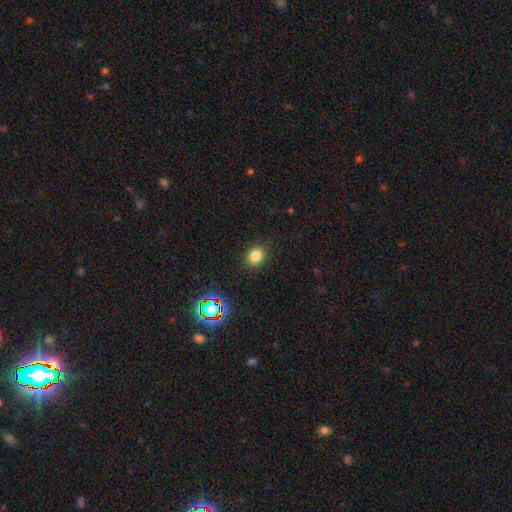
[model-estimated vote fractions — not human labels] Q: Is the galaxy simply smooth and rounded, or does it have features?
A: smooth — 81%.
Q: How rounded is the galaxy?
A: round — 63%.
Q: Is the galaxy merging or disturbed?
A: none — 88%.